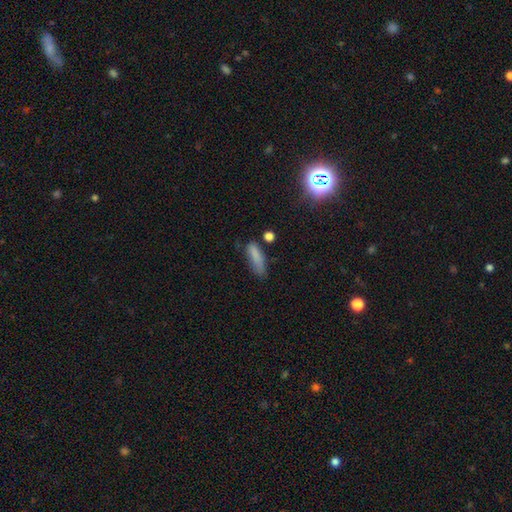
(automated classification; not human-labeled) Smooth or featured? smooth (81%)
How rounded? cigar-shaped (60%)
Merging? none (57%)